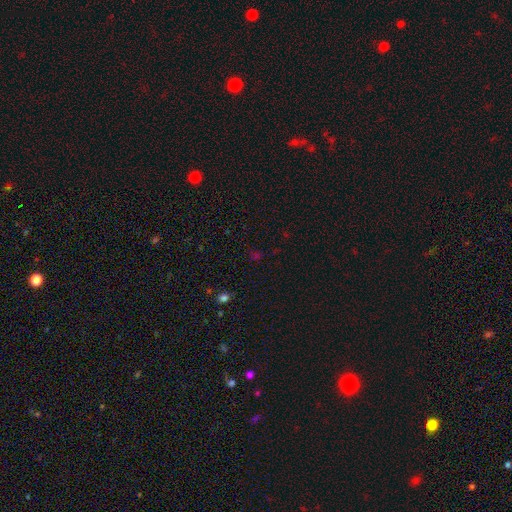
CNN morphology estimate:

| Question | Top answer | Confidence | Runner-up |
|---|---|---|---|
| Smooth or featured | star or artifact | 57% | smooth (35%) |